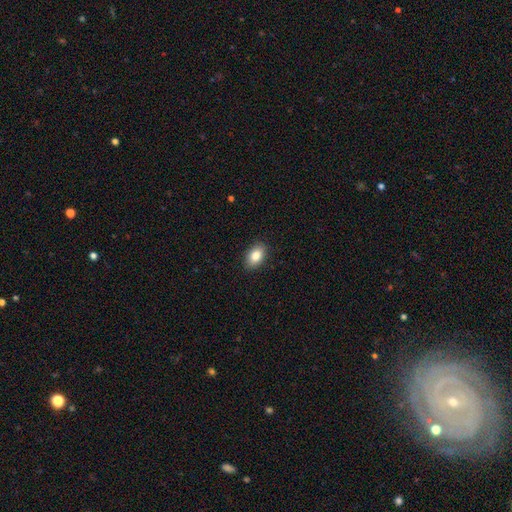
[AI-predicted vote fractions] This is clearly a smooth galaxy (84%). How rounded: clearly in between (88%). Merging: clearly none (89%).